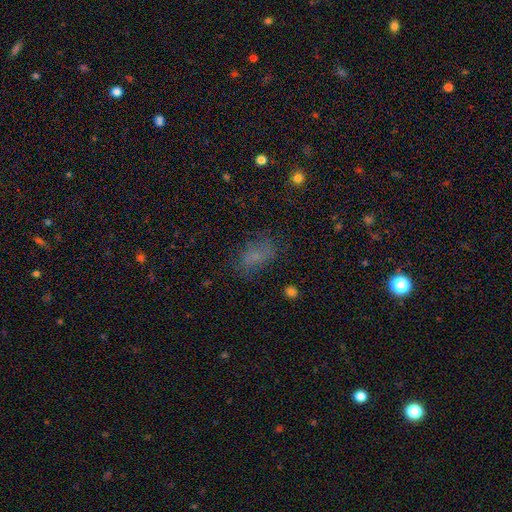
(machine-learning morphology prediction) Smooth or featured? smooth (68%)
How rounded? in between (87%)
Merging? none (65%)